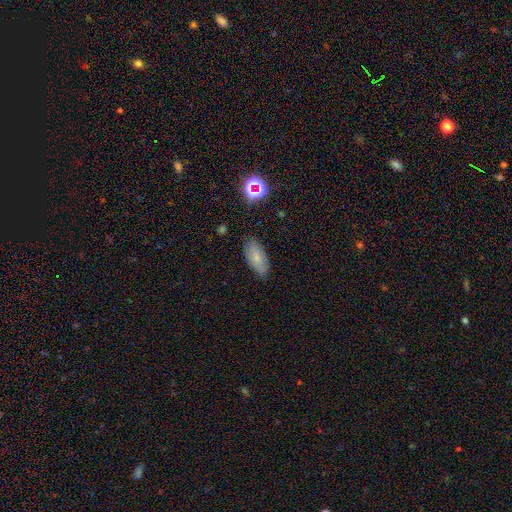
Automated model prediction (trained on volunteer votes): A smooth galaxy with no disk features (66%) that is in between round and cigar-shaped (88%). Merging: none (82%).